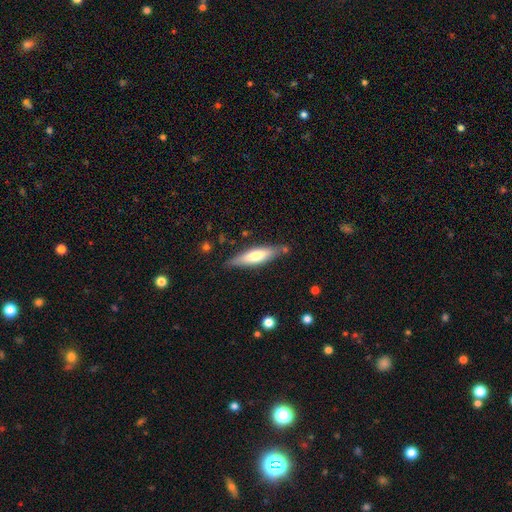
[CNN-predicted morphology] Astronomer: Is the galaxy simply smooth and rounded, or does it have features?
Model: smooth — 56% (runner-up: featured or disk, 38%).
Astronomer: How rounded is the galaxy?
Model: cigar-shaped — 68%.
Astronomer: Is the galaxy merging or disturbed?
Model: none — 80%.